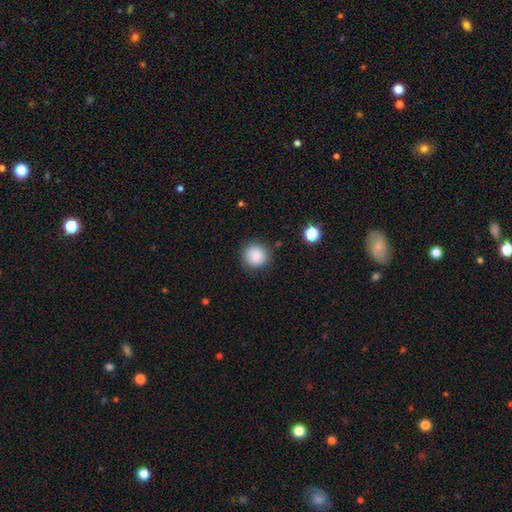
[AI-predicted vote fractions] smooth_or_featured: smooth (p=0.82) [alt: featured or disk p=0.09]
how_rounded: round (p=0.94) [alt: in between p=0.05]
merging: none (p=0.86) [alt: minor disturbance p=0.10]